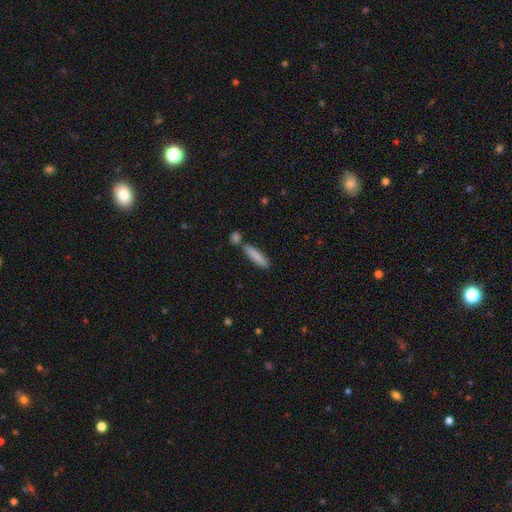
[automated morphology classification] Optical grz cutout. It shows a smooth galaxy with no disk features (84%) that is cigar-shaped (83%). Merging: none (71%).